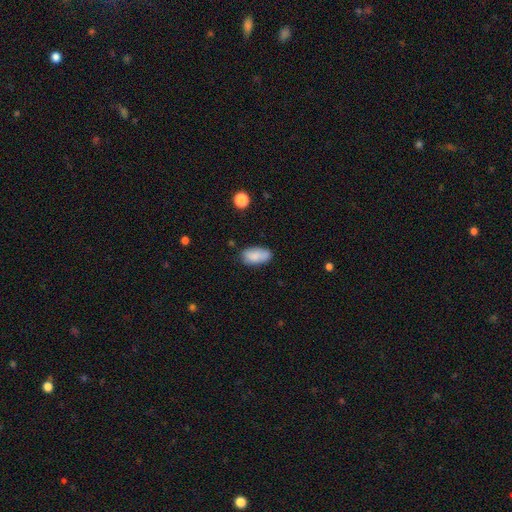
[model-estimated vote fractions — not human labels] smooth-or-featured: smooth: 84% | featured or disk: 9% | star or artifact: 7%
  how-rounded: in between: 93% | cigar-shaped: 4% | round: 3%
  merging: none: 71% | minor disturbance: 22% | major disturbance: 4% | merger: 3%